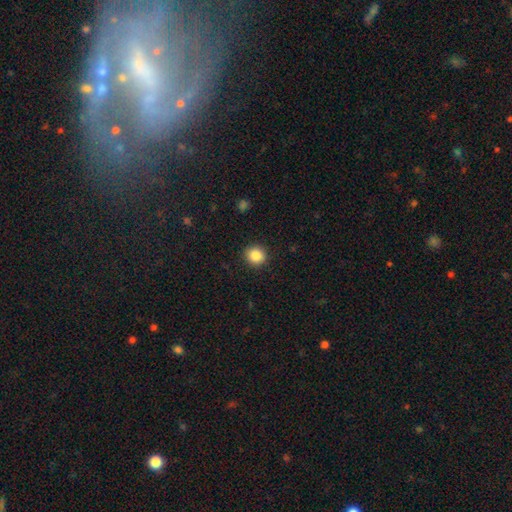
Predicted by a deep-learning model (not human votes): Smooth or featured? Predicted: smooth (p=0.85). How rounded? Predicted: round (p=0.88). Merging? Predicted: none (p=0.91).